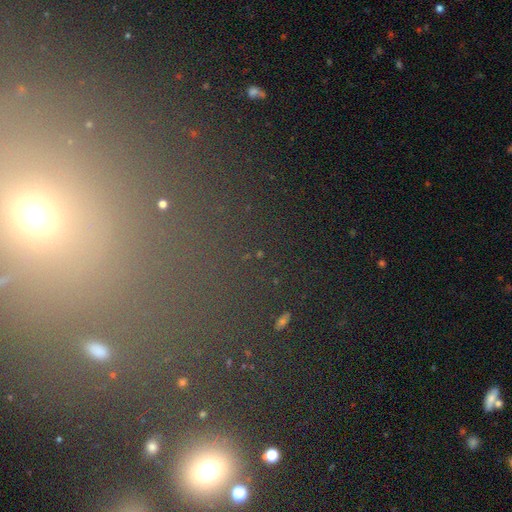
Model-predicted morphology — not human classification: Q: Smooth or featured?
A: star or artifact (54%); runner-up: smooth (34%)